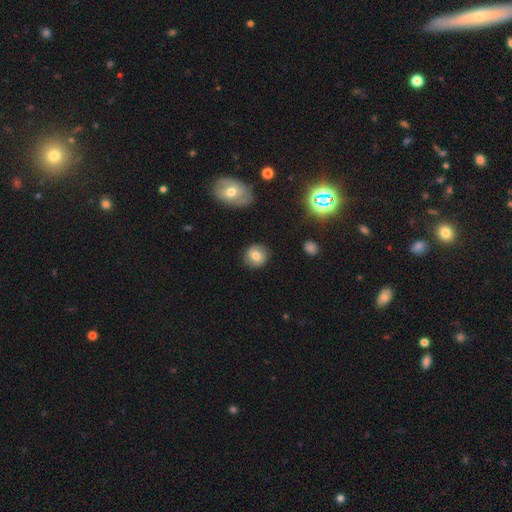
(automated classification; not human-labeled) This appears to be a smooth galaxy with no disk features (66%) that is round (86%). Merging: none (85%).